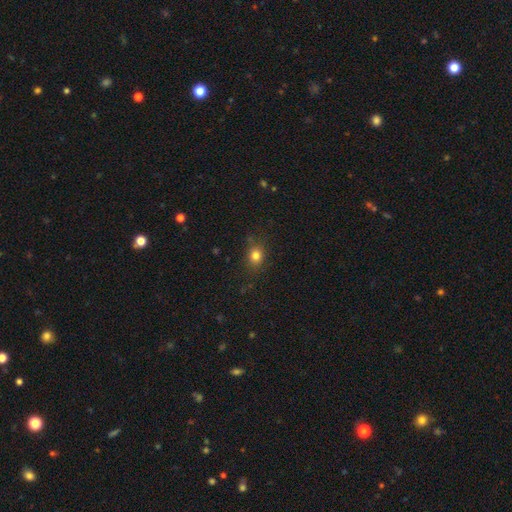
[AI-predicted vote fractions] smooth 79%, star or artifact 14%, featured or disk 7%. Down the decision tree: how rounded — round (64%); merging — none (81%).